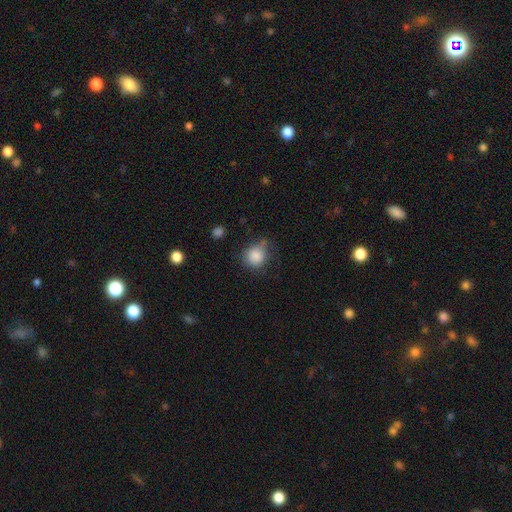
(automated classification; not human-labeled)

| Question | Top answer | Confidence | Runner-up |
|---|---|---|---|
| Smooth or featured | smooth | 85% | star or artifact (9%) |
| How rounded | round | 83% | in between (16%) |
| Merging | none | 56% | minor disturbance (31%) |